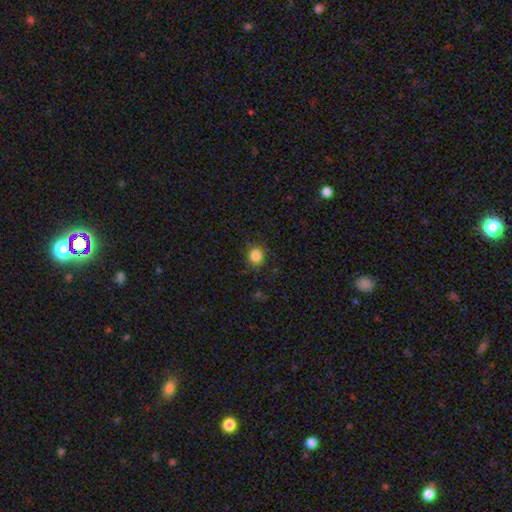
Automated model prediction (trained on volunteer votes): A smooth galaxy with no disk features (85%) that is round (79%).

Vote fractions:
- Smooth or featured? smooth: 85% / star or artifact: 11% / featured or disk: 4%
- How rounded? round: 79% / in between: 20% / cigar-shaped: 1%
- Merging? none: 86% / minor disturbance: 10% / major disturbance: 3% / merger: 1%